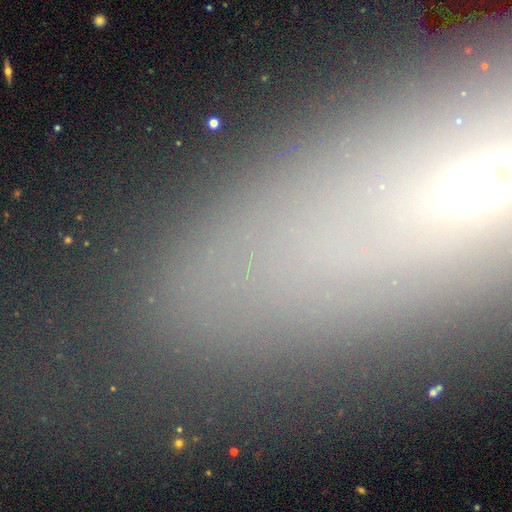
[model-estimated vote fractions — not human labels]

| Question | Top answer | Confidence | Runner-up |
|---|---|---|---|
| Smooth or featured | star or artifact | 38% | smooth (33%) |